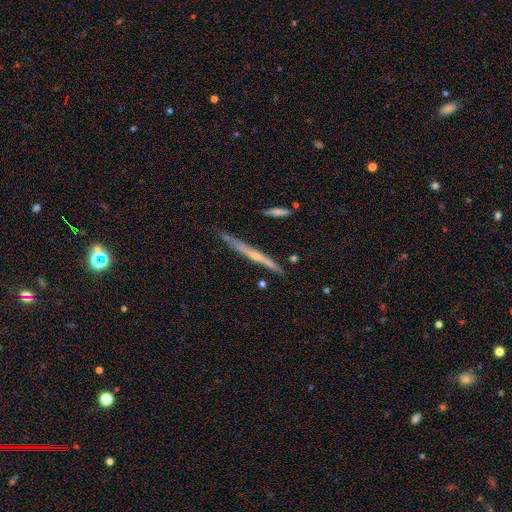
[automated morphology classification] This appears to be a featured or disk galaxy (67%) viewed edge-on (97%) with a rounded central bulge (49%). Merging: none (83%).